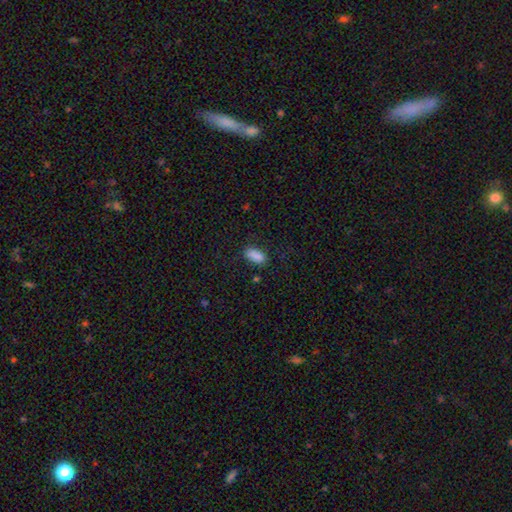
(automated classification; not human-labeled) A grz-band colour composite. It shows a smooth galaxy with no disk features (87%) that is in between round and cigar-shaped (88%). Merging: none (75%).